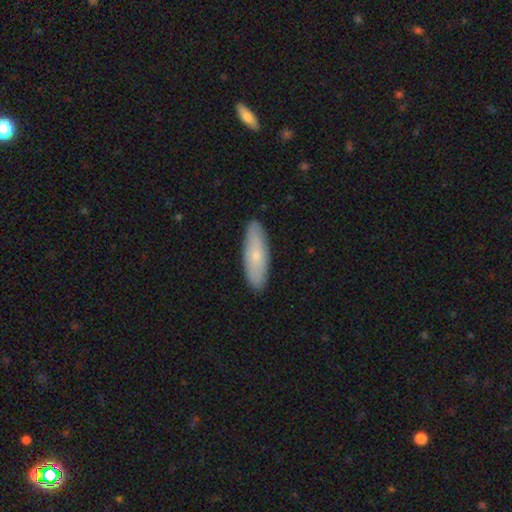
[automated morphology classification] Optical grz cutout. It shows a smooth galaxy with no disk features (68%) that is in between round and cigar-shaped (52%). Merging: none (89%).